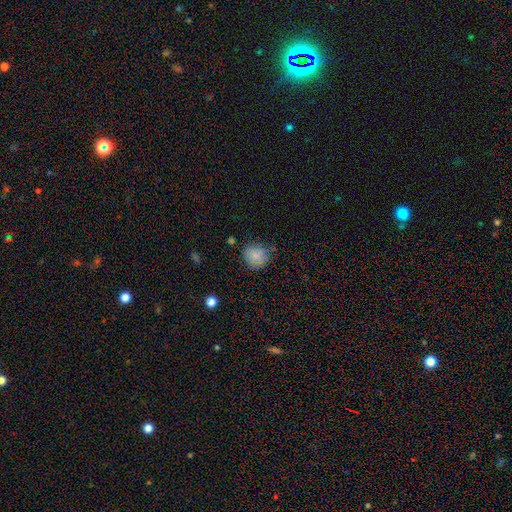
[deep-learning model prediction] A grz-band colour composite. It shows a smooth galaxy with no disk features (83%) that is round (87%). Merging: none (76%).